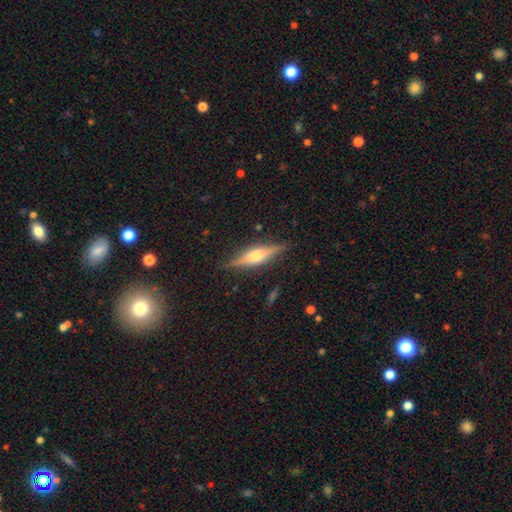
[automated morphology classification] Q: Smooth or featured?
A: featured or disk (71%); runner-up: smooth (22%)
Q: Edge-on disk?
A: yes (96%); runner-up: no (4%)
Q: Edge-on bulge?
A: rounded (89%); runner-up: boxy (8%)
Q: Merging?
A: none (88%); runner-up: minor disturbance (9%)